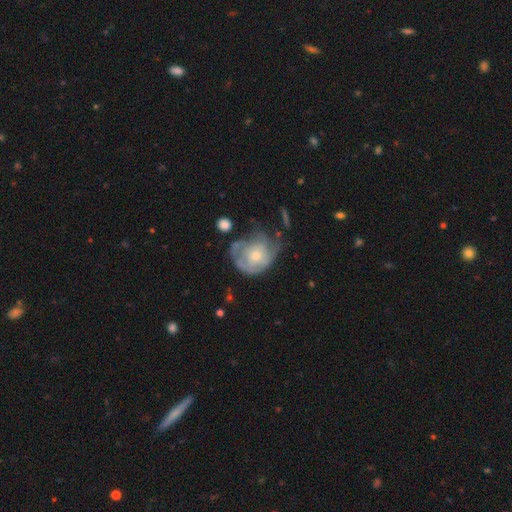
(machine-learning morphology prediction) Smooth or featured? featured or disk (61%)
Edge-on disk? no (97%)
Bar? no (83%)
Spiral arms? yes (60%)
Bulge size? small (54%)
Merging? major disturbance (33%, tied with none)